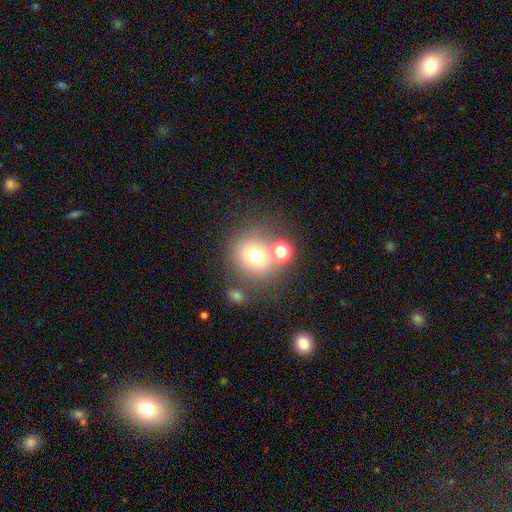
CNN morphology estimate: A smooth galaxy with no disk features (70%) that is round (84%).

Vote fractions:
- Smooth or featured? smooth: 70% / star or artifact: 16% / featured or disk: 14%
- How rounded? round: 84% / in between: 15% / cigar-shaped: 1%
- Merging? none: 64% / merger: 19% / minor disturbance: 11% / major disturbance: 6%